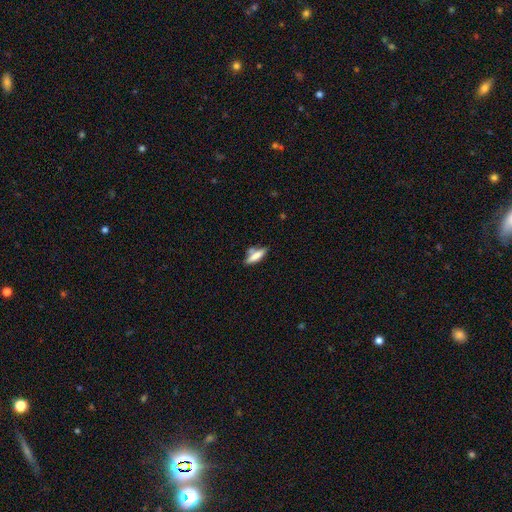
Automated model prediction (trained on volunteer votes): This appears to be a smooth galaxy with no disk features (72%) that is cigar-shaped (61%). Merging: none (61%).